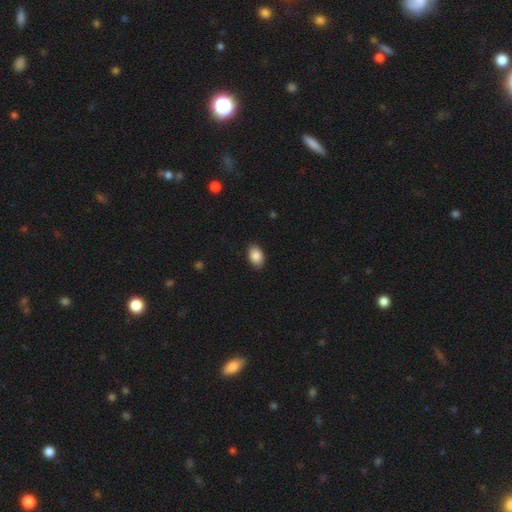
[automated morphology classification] This appears to be a smooth galaxy with no disk features (88%) that is in between round and cigar-shaped (89%). Merging: none (87%).